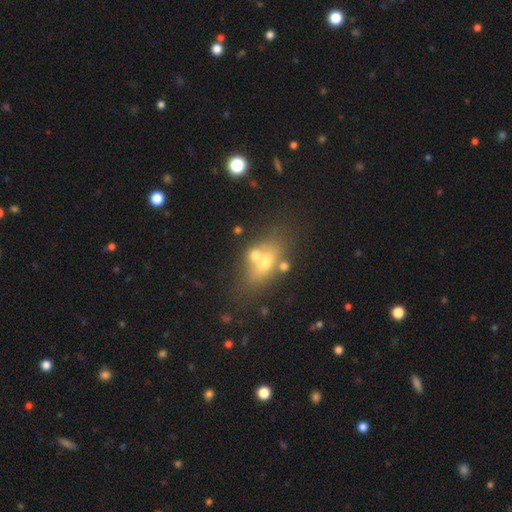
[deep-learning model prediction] This is possibly a smooth galaxy (56%). How rounded: likely in between (74%). Merging: marginally none (41%).